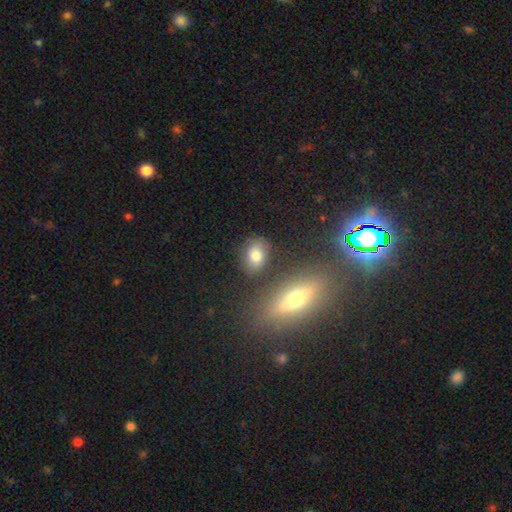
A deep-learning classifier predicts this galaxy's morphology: type=smooth (76%); roundness=in between (73%); merging=none (77%).